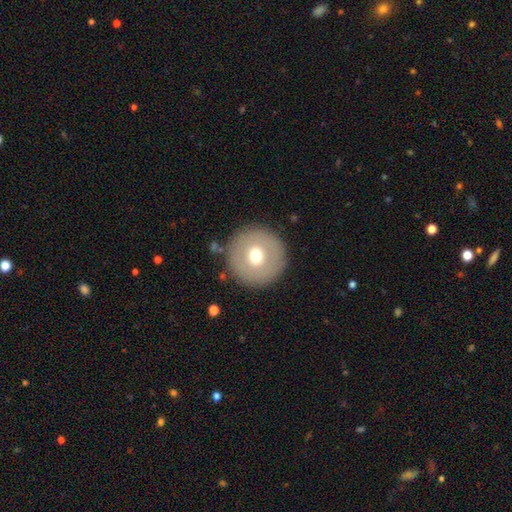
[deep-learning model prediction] A smooth galaxy with no disk features (63%) that is round (96%). Merging: none (88%).